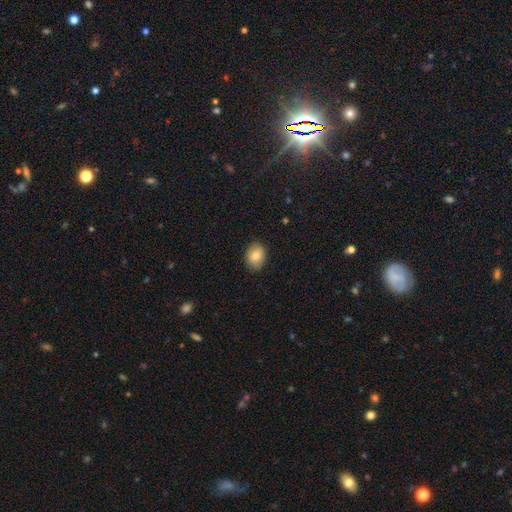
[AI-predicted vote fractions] This is clearly a smooth galaxy (83%). How rounded: likely in between (65%). Merging: clearly none (88%).